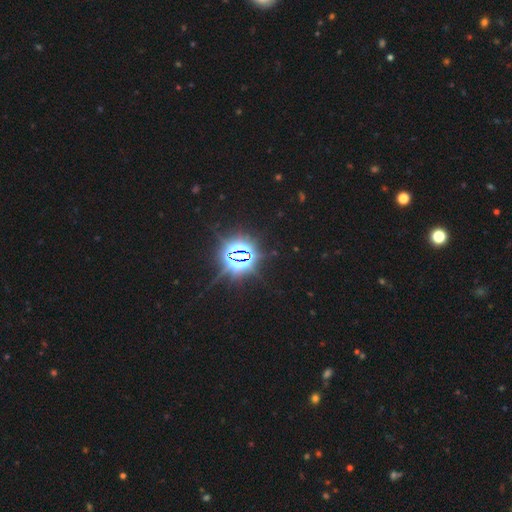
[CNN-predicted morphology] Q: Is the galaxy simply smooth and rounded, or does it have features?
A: star or artifact — 83%.